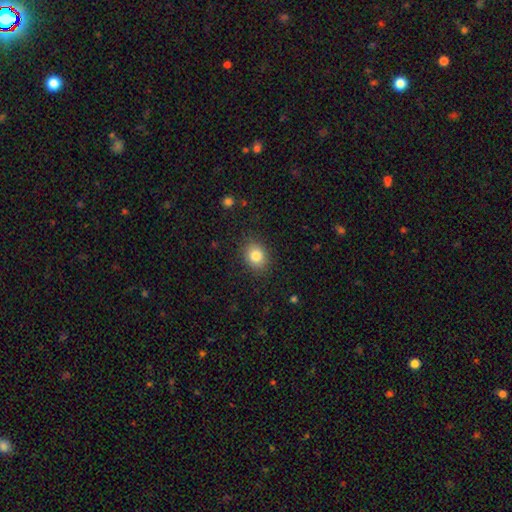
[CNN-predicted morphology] Smooth or featured? Predicted: smooth (p=0.82). How rounded? Predicted: in between (p=0.50, tied with round). Merging? Predicted: none (p=0.86).